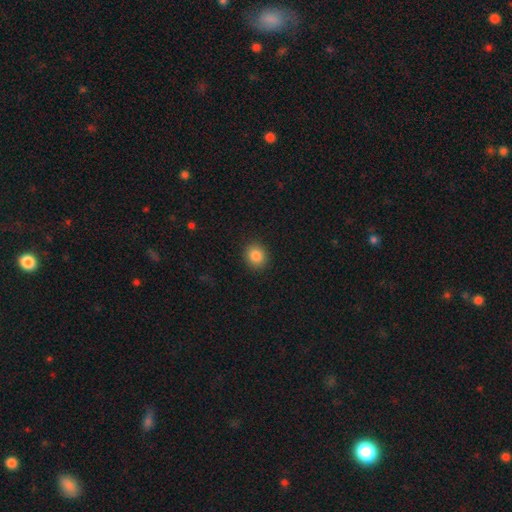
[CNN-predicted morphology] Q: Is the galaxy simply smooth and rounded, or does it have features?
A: smooth — 85%.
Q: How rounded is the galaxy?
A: round — 78%.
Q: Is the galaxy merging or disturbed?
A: none — 91%.